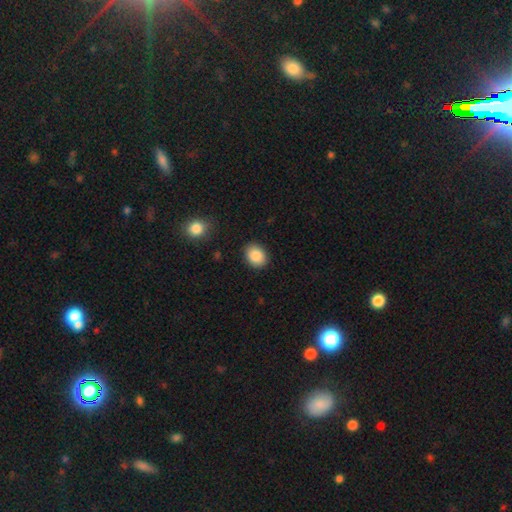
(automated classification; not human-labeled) Morphology: type=smooth (88%); roundness=in between (55%); merging=none (88%).